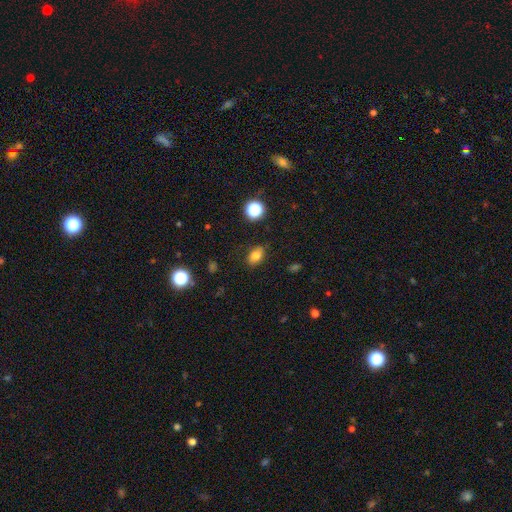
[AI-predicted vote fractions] A smooth galaxy with no disk features (78%) that is in between round and cigar-shaped (77%).

Vote fractions:
- Smooth or featured? smooth: 78% / star or artifact: 13% / featured or disk: 9%
- How rounded? in between: 77% / round: 21% / cigar-shaped: 1%
- Merging? none: 83% / minor disturbance: 12% / major disturbance: 3% / merger: 1%